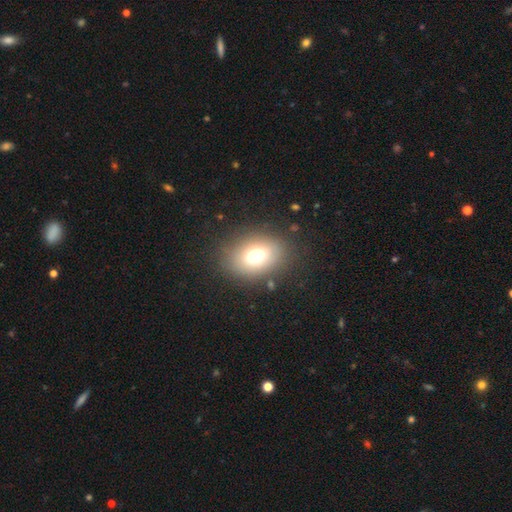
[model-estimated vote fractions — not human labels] Smooth or featured? Predicted: smooth (p=0.72). How rounded? Predicted: in between (p=0.69). Merging? Predicted: none (p=0.82).